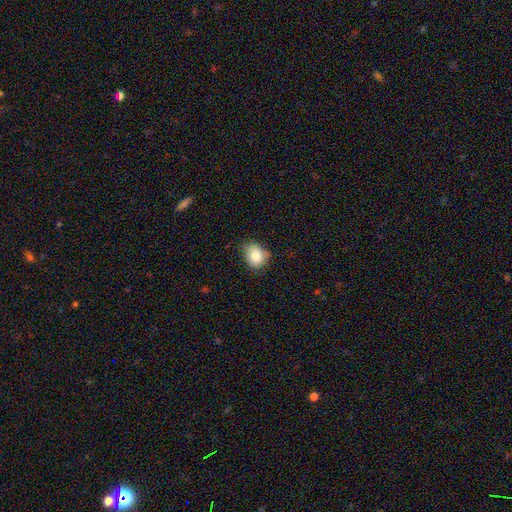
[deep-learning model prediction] Smooth or featured? Predicted: smooth (p=0.84). How rounded? Predicted: round (p=0.52). Merging? Predicted: none (p=0.67).